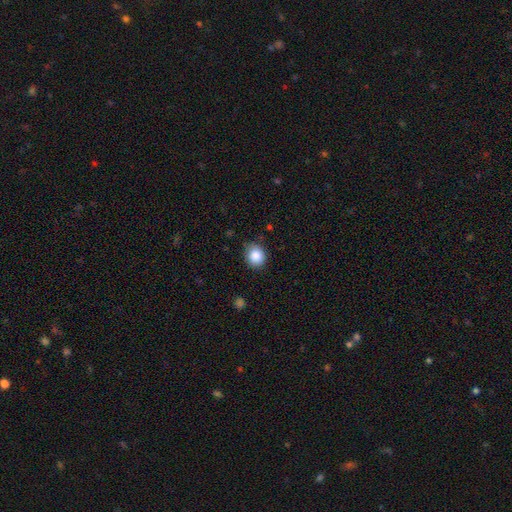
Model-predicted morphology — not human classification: smooth-or-featured: smooth: 87% | star or artifact: 9% | featured or disk: 4%
  how-rounded: round: 73% | in between: 26% | cigar-shaped: 1%
  merging: none: 79% | minor disturbance: 16% | major disturbance: 3% | merger: 1%